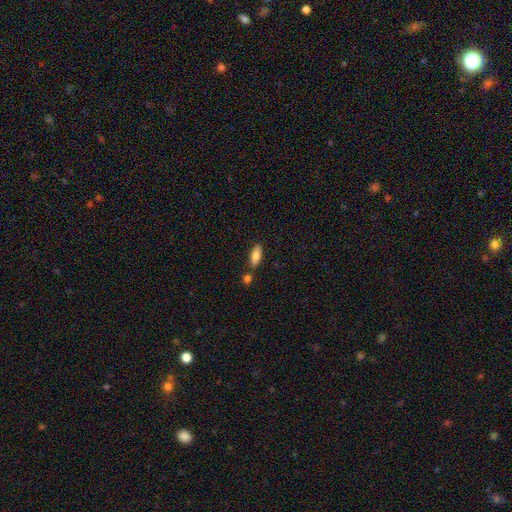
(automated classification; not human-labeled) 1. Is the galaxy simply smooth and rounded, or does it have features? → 84% smooth, 10% featured or disk, 7% star or artifact.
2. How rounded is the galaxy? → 68% in between, 29% cigar-shaped, 2% round.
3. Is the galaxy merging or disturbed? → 74% none, 12% merger, 11% minor disturbance, 3% major disturbance.